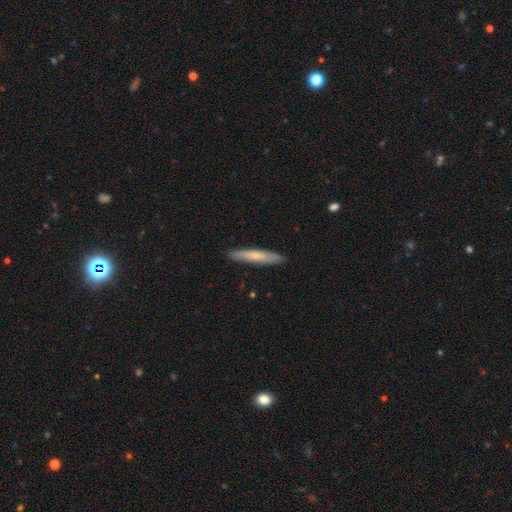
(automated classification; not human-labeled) Morphology: type=smooth (65%); roundness=cigar-shaped (93%); merging=none (90%).